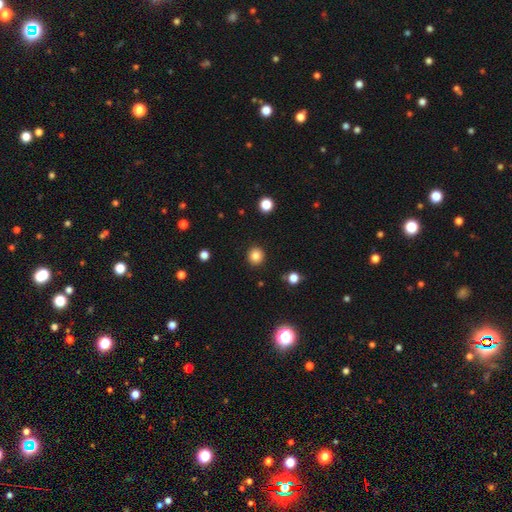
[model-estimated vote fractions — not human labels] Smooth or featured?
  - smooth: 84% *
  - star or artifact: 11%
  - featured or disk: 5%
How rounded?
  - round: 92% *
  - in between: 7%
  - cigar-shaped: 1%
Merging?
  - none: 92% *
  - minor disturbance: 5%
  - major disturbance: 2%
  - merger: 1%